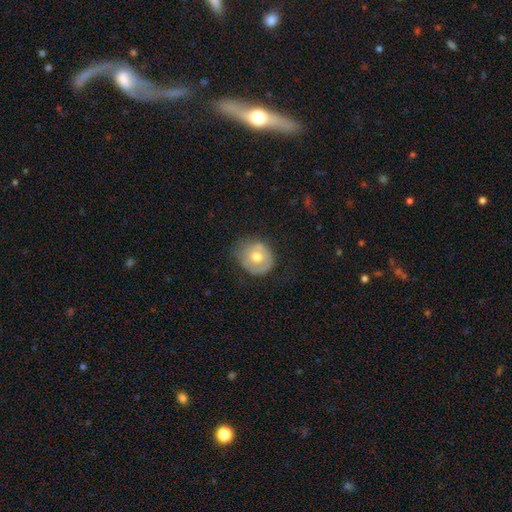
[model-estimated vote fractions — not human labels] Smooth or featured?
  - smooth: 61% *
  - featured or disk: 32%
  - star or artifact: 8%
How rounded?
  - round: 75% *
  - in between: 24%
  - cigar-shaped: 1%
Merging?
  - none: 57% *
  - minor disturbance: 31%
  - major disturbance: 10%
  - merger: 3%